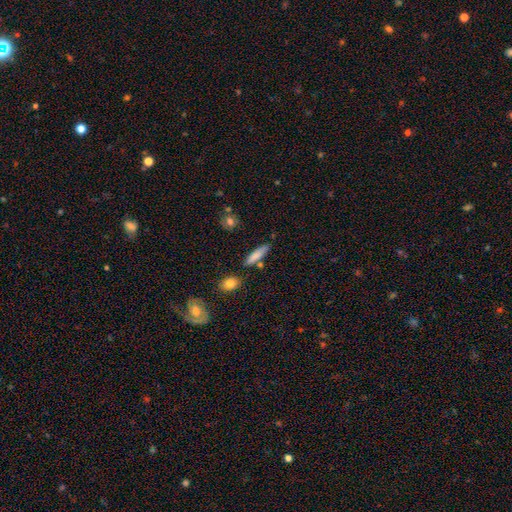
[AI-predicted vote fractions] Overall: smooth (80%). How rounded: cigar-shaped (75%). Merging: none (79%).